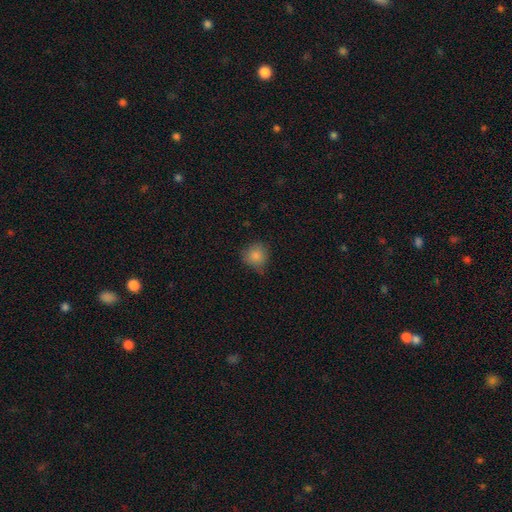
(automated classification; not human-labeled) Smooth or featured: smooth — 85% (star or artifact — 10%)
How rounded: round — 88% (in between — 11%)
Merging: none — 70% (minor disturbance — 24%)